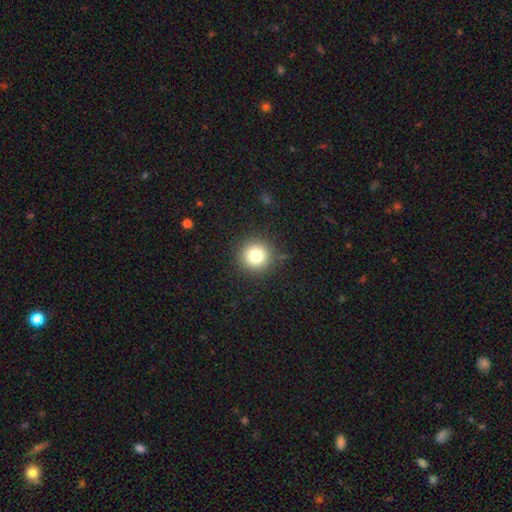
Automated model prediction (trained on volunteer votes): smooth_or_featured: smooth (p=0.79) [alt: star or artifact p=0.12]
how_rounded: round (p=0.95) [alt: in between p=0.04]
merging: none (p=0.88) [alt: minor disturbance p=0.08]